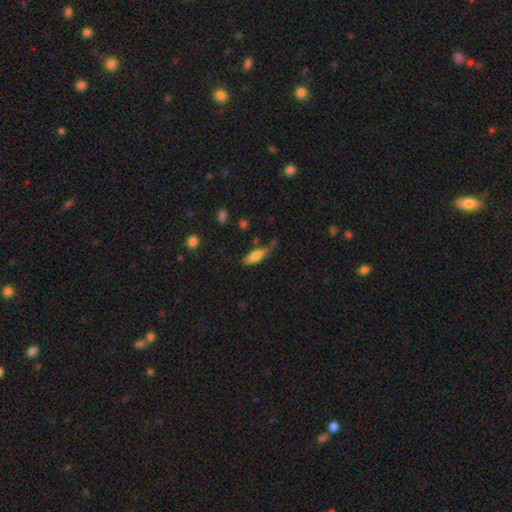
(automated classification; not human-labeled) This appears to be a smooth galaxy with no disk features (66%) that is cigar-shaped (60%). Merging: none (64%).